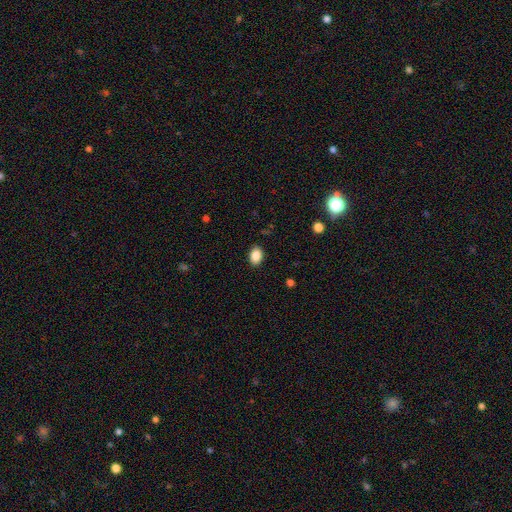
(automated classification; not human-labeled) This appears to be a smooth galaxy with no disk features (87%) that is in between round and cigar-shaped (83%). Merging: none (89%).